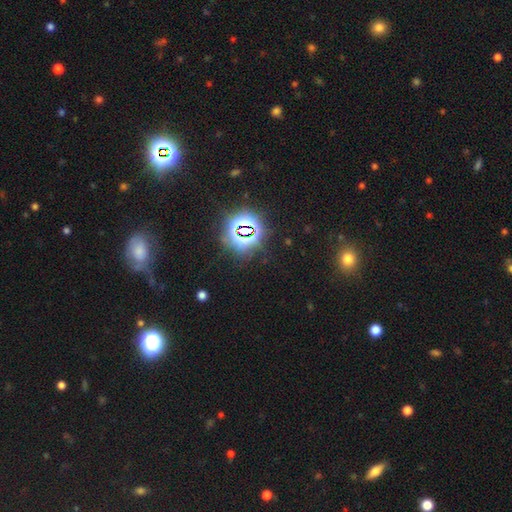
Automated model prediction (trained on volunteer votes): A star or artifact, not a galaxy (75%).